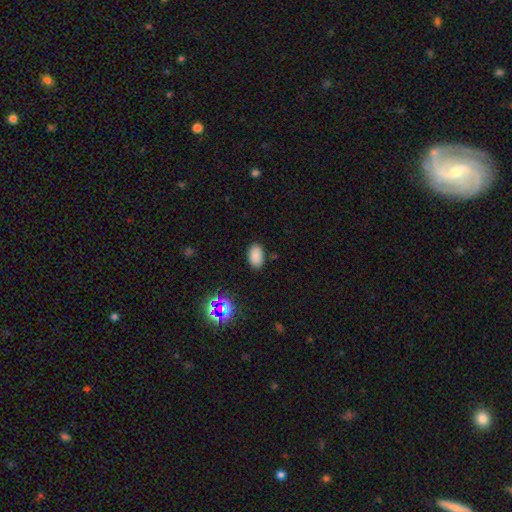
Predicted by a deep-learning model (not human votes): This appears to be a smooth galaxy with no disk features (82%) that is in between round and cigar-shaped (92%). Merging: none (86%).